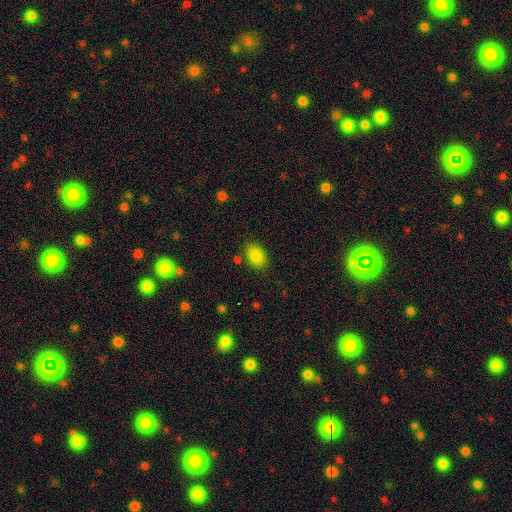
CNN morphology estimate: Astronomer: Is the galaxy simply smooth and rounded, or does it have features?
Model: smooth — 87%.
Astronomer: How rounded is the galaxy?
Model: in between — 80%.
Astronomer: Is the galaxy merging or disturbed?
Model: none — 80%.